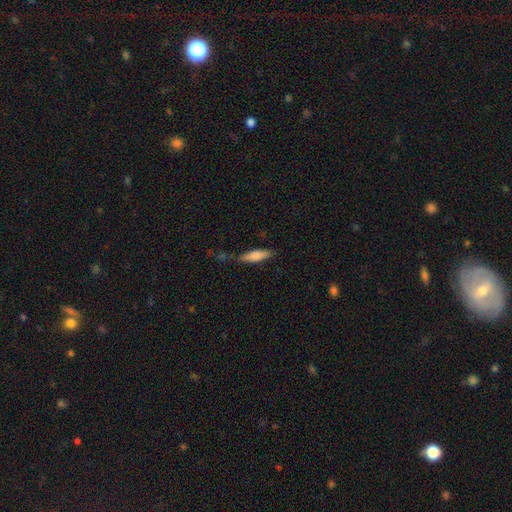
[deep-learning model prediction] smooth-or-featured: smooth: 76% | featured or disk: 17% | star or artifact: 6%
  how-rounded: cigar-shaped: 61% | in between: 37% | round: 2%
  merging: none: 74% | minor disturbance: 18% | major disturbance: 4% | merger: 4%